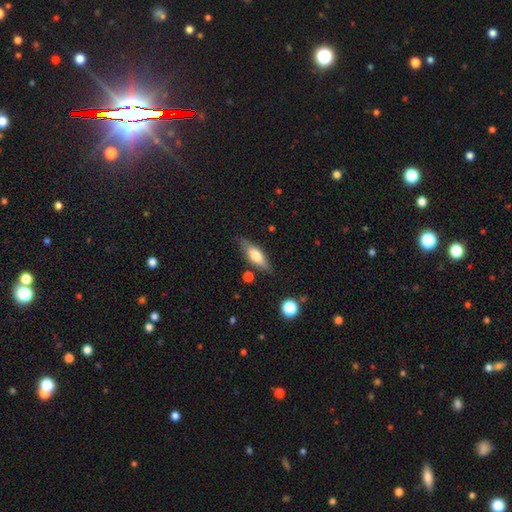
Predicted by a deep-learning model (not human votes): Overall: smooth (59%; featured or disk 35%). How rounded: in between (53%; cigar-shaped 44%). Merging: none (78%).